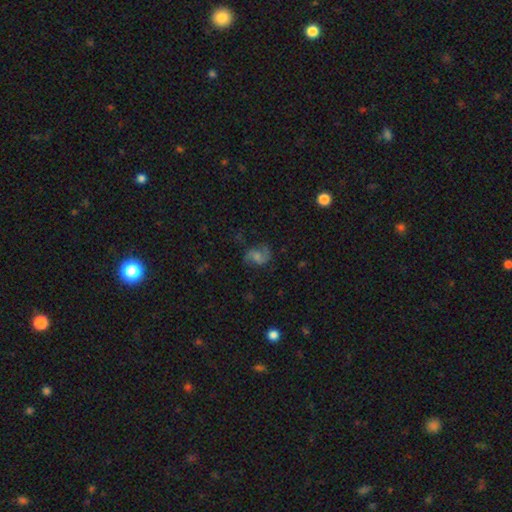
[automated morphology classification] A featured or disk galaxy (70%) with no bar (50%), 2 (89%) medium (46%) spiral arms (94%) and a moderate central bulge (38%).

Vote fractions:
- Smooth or featured? featured or disk: 70% / smooth: 20% / star or artifact: 11%
- Edge-on disk? no: 98% / yes: 2%
- Bar? no: 50% / weak: 40% / strong: 10%
- Spiral arms? yes: 94% / no: 6%
- Spiral winding? medium: 46% / loose: 41% / tight: 13%
- Spiral arm count? 2: 89% / can't tell: 4% / 1: 4% / 3: 1% / 4: 1% / more than 4: 1%
- Bulge size? moderate: 38% / small: 34% / none: 19% / large: 7% / dominant: 2%
- Merging? none: 72% / minor disturbance: 17% / major disturbance: 9% / merger: 2%